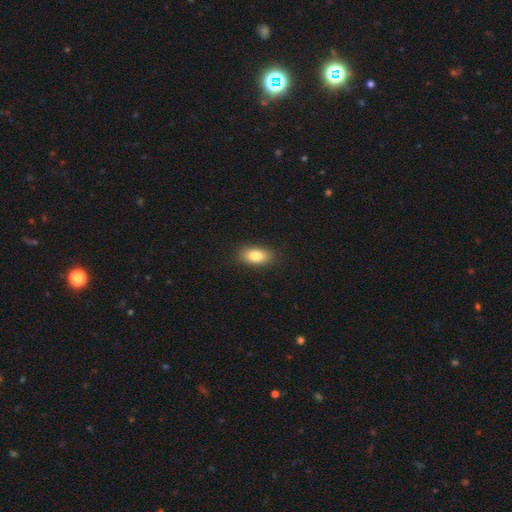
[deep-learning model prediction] Smooth or featured?
  - smooth: 84% *
  - featured or disk: 9%
  - star or artifact: 7%
How rounded?
  - in between: 89% *
  - cigar-shaped: 6%
  - round: 5%
Merging?
  - none: 88% *
  - minor disturbance: 9%
  - major disturbance: 2%
  - merger: 1%